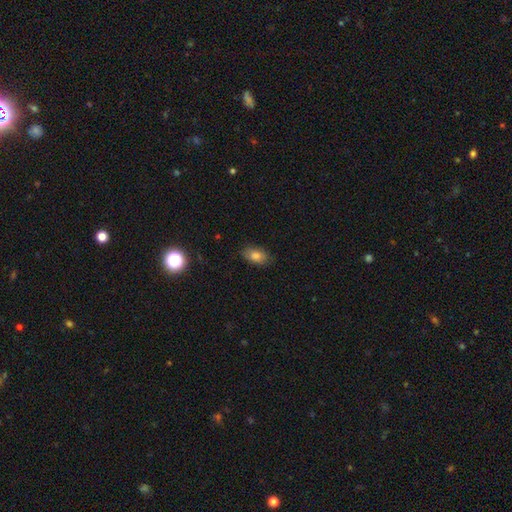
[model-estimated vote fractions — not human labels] Overall: smooth (81%). How rounded: in between (90%). Merging: none (81%).